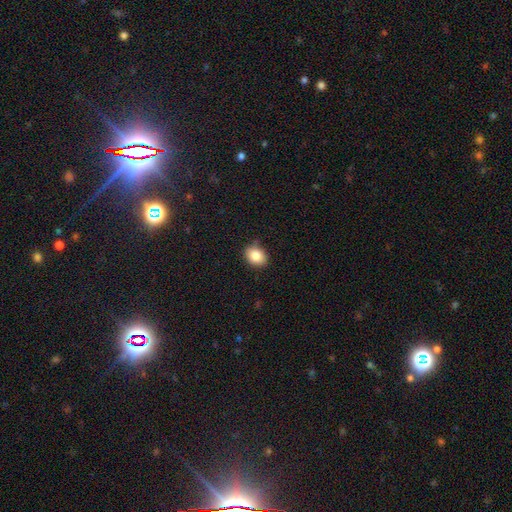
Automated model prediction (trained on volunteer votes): Smooth or featured?
  - smooth: 84% *
  - star or artifact: 9%
  - featured or disk: 7%
How rounded?
  - in between: 59% *
  - round: 40%
  - cigar-shaped: 1%
Merging?
  - none: 83% *
  - minor disturbance: 13%
  - major disturbance: 2%
  - merger: 2%